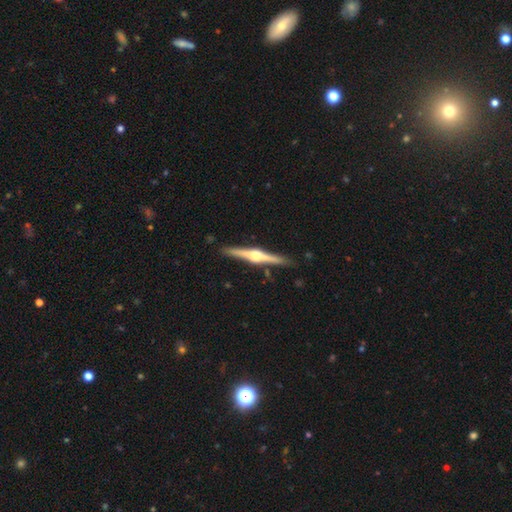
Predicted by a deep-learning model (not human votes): Overall: featured or disk (82%). Edge-on disk: yes (98%). Edge-on bulge: rounded (93%). Merging: none (90%).